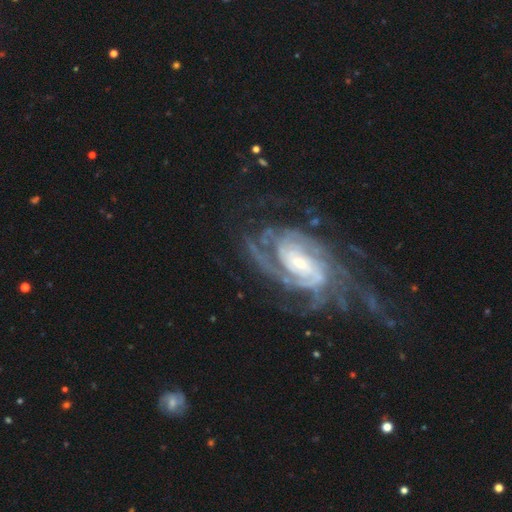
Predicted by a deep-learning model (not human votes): featured or disk 89%, star or artifact 6%, smooth 4%. Down the decision tree: edge-on disk — no (96%); bar — weak (42%); spiral arms — yes (98%); spiral arm count — can't tell (23%, tied with 2); spiral winding — tight (62%); bulge size — small (48%); merging — none (62%).